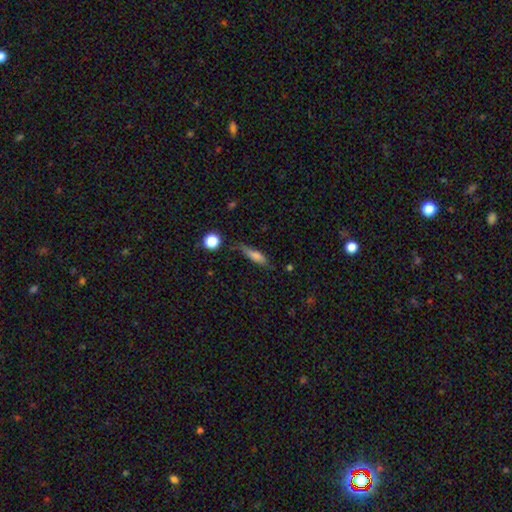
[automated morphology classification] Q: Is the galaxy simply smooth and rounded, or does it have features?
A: smooth — 68%.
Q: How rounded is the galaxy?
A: cigar-shaped — 74%.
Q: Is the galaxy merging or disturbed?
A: none — 66%.